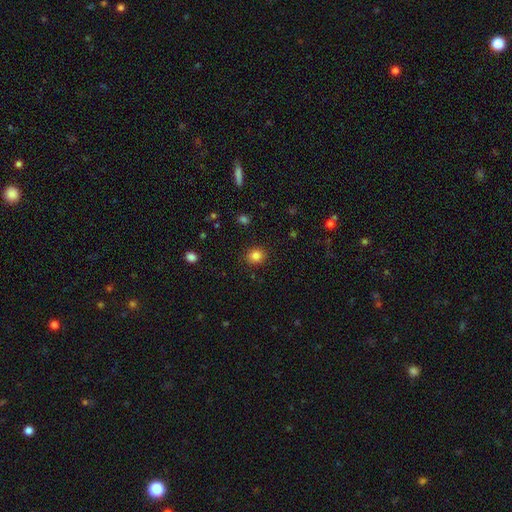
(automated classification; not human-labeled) smooth_or_featured: smooth (p=0.84) [alt: star or artifact p=0.12]
how_rounded: round (p=0.73) [alt: in between p=0.26]
merging: none (p=0.88) [alt: minor disturbance p=0.08]